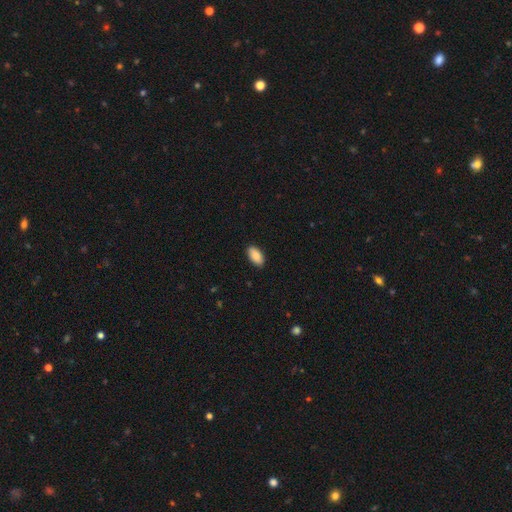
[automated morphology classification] type=smooth (88%); roundness=in between (95%); merging=none (89%).